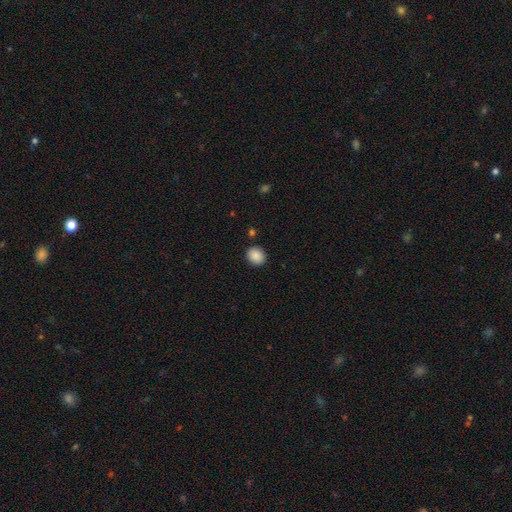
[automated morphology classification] This is clearly a smooth galaxy (89%). How rounded: likely round (69%). Merging: clearly none (89%).